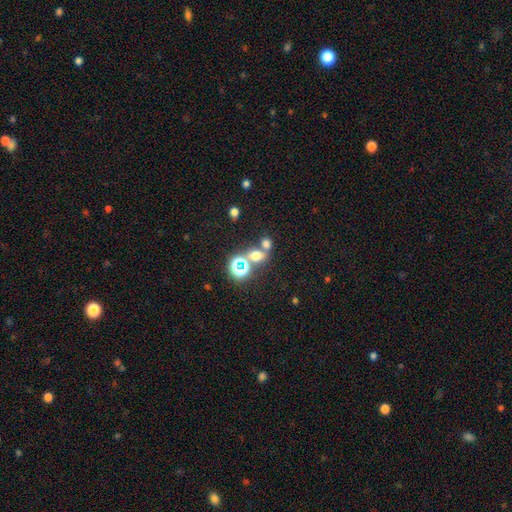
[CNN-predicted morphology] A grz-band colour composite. It shows a smooth galaxy with no disk features (57%) that is round (55%). Merging: none (48%).